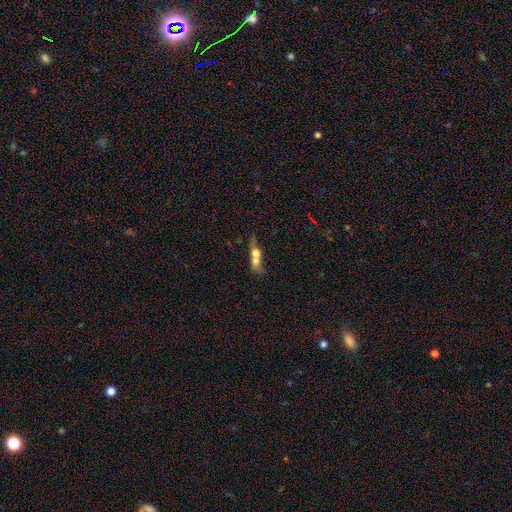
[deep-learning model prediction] Smooth or featured? smooth (54%)
How rounded? in between (43%)
Merging? merger (67%)